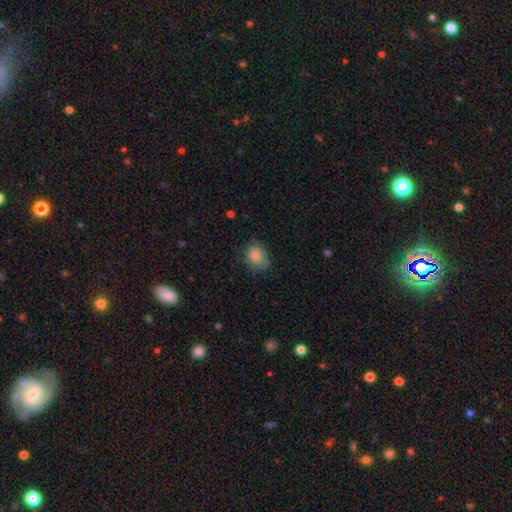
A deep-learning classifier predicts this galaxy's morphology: type=smooth (83%); roundness=in between (56%); merging=none (63%).